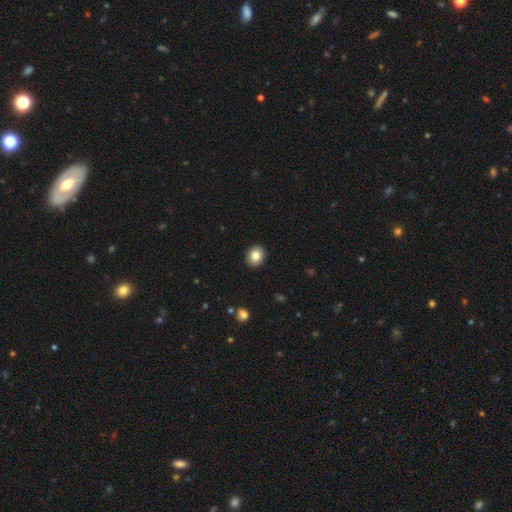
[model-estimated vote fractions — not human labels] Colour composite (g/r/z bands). It shows a smooth galaxy with no disk features (82%) that is round (64%). Merging: none (92%).